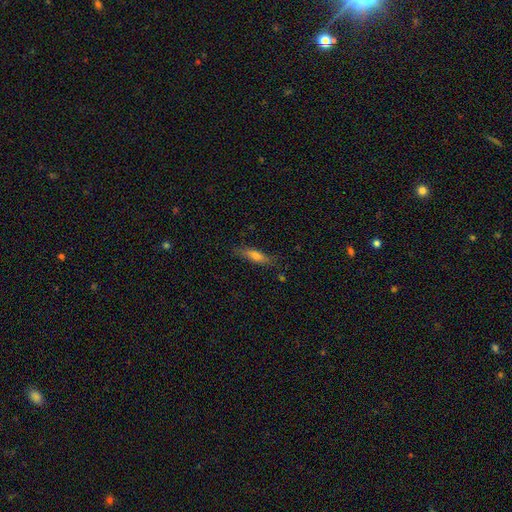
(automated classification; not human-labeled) Q: Smooth or featured?
A: smooth (62%); runner-up: featured or disk (30%)
Q: How rounded?
A: cigar-shaped (65%); runner-up: in between (33%)
Q: Merging?
A: none (79%); runner-up: minor disturbance (16%)